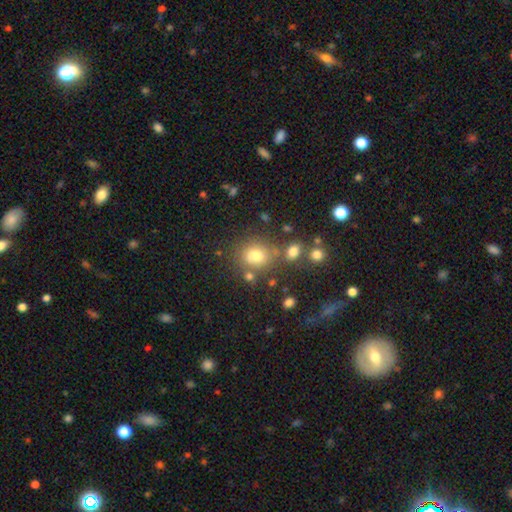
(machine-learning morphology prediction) Smooth or featured?
  - smooth: 73% *
  - star or artifact: 17%
  - featured or disk: 10%
How rounded?
  - round: 76% *
  - in between: 23%
  - cigar-shaped: 1%
Merging?
  - none: 69% *
  - merger: 13%
  - minor disturbance: 12%
  - major disturbance: 5%